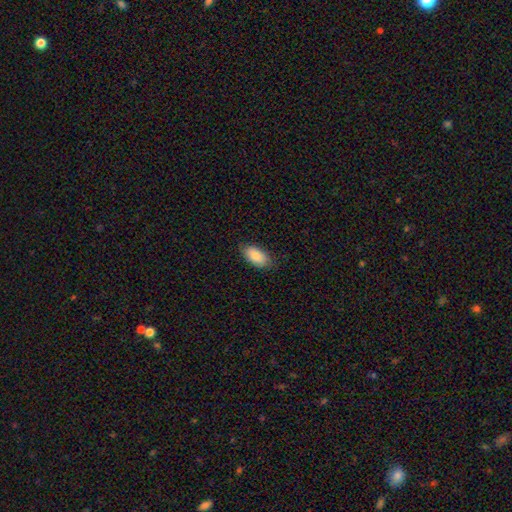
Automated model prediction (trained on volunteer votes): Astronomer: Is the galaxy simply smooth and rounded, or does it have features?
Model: smooth — 84%.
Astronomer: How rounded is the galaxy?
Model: in between — 93%.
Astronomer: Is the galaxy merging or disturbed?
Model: none — 81%.